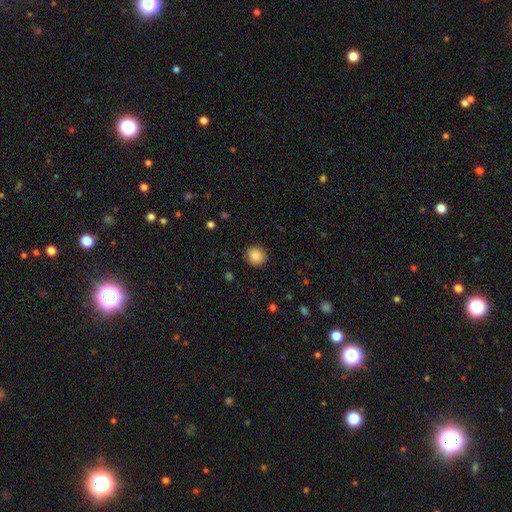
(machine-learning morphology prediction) A smooth galaxy with no disk features (87%) that is round (87%). Merging: none (90%).